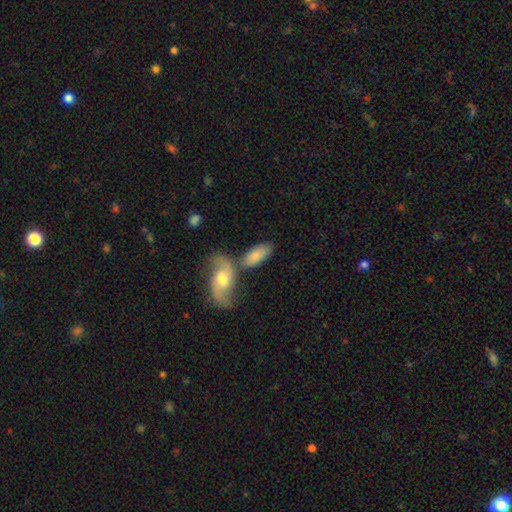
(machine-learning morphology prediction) A smooth galaxy with no disk features (71%) that is in between round and cigar-shaped (88%). Merging: none (47%).